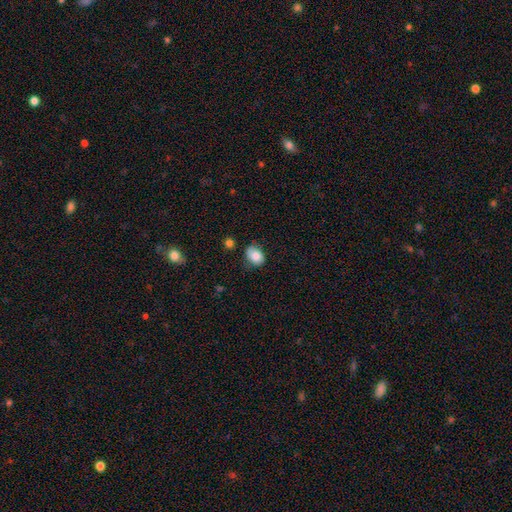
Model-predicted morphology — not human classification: Smooth or featured? smooth (81%)
How rounded? in between (68%)
Merging? none (61%)